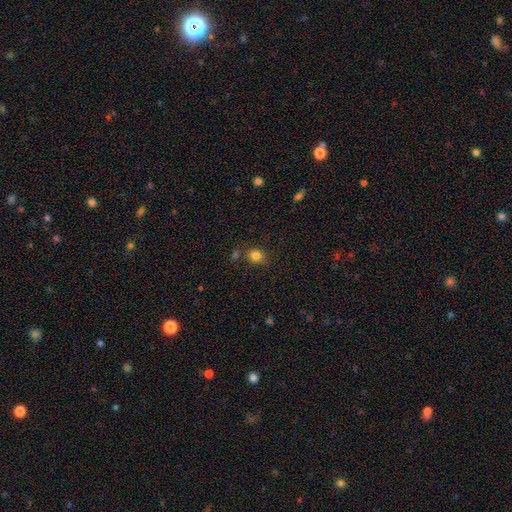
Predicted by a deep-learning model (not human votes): A smooth galaxy with no disk features (82%) that is round (75%). Merging: none (76%).